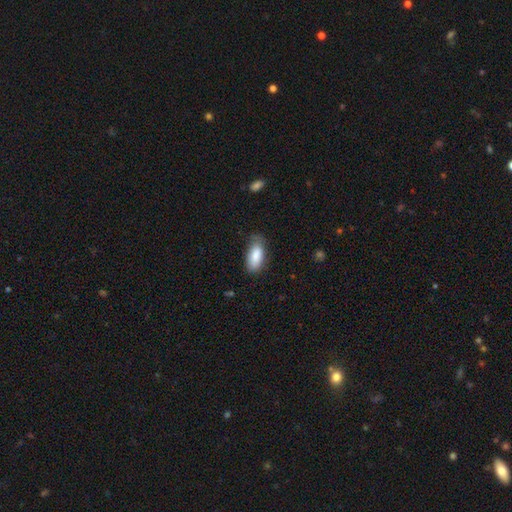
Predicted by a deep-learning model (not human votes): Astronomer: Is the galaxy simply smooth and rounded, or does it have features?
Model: smooth — 84%.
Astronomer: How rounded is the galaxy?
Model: in between — 87%.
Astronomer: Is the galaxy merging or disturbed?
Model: none — 62%.